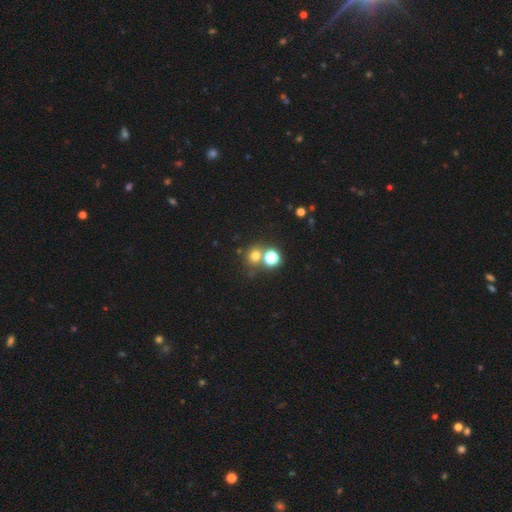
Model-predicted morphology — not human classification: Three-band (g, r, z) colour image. It shows a smooth galaxy with no disk features (68%) that is round (87%). Merging: none (62%).